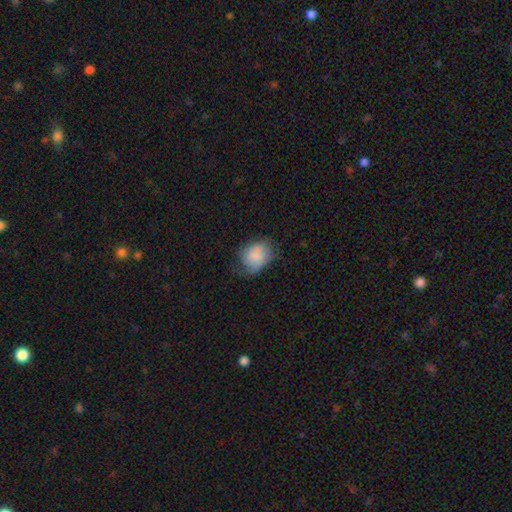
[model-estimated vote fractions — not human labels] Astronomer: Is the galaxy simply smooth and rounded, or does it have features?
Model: smooth — 73%.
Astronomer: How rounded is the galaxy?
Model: in between — 51% (runner-up: round, 48%).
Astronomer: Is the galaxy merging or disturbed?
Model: none — 47% (runner-up: minor disturbance, 34%).